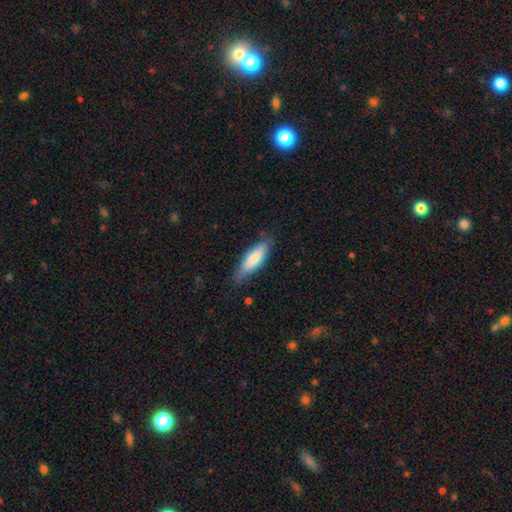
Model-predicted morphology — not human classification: smooth-or-featured: smooth: 75% | featured or disk: 19% | star or artifact: 6%
  how-rounded: cigar-shaped: 56% | in between: 43% | round: 1%
  merging: none: 73% | minor disturbance: 22% | major disturbance: 4% | merger: 1%